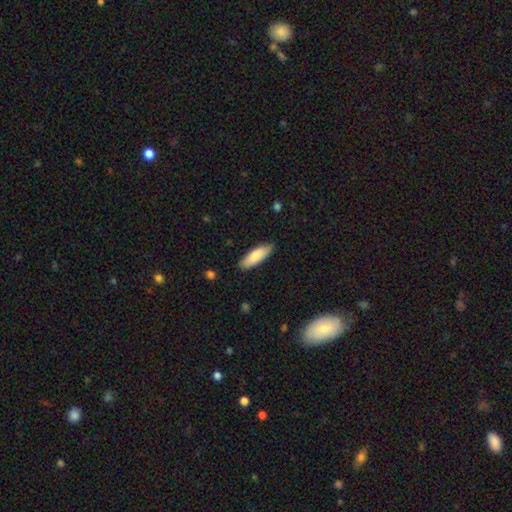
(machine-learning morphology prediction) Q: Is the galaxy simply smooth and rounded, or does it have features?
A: smooth — 82%.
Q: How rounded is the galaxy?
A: in between — 59%.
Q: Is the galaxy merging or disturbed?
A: none — 86%.